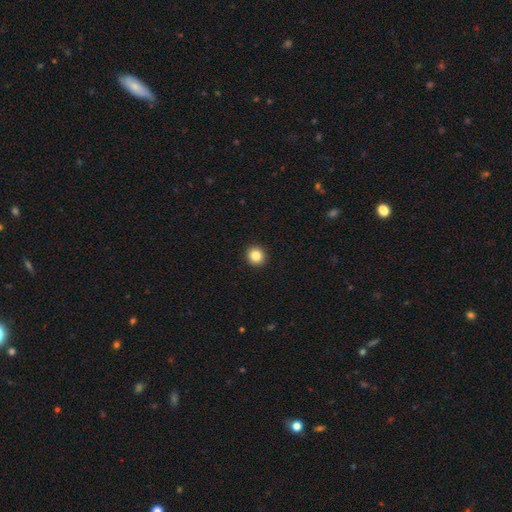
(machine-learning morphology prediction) smooth-or-featured: smooth: 85% | star or artifact: 10% | featured or disk: 5%
  how-rounded: round: 88% | in between: 11% | cigar-shaped: 1%
  merging: none: 93% | minor disturbance: 4% | major disturbance: 1% | merger: 1%